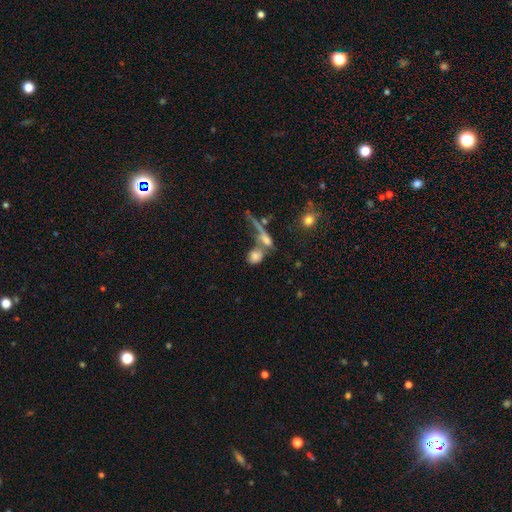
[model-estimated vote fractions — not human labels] This appears to be a smooth galaxy with no disk features (73%) that is in between round and cigar-shaped (53%). Merging: merger (44%).